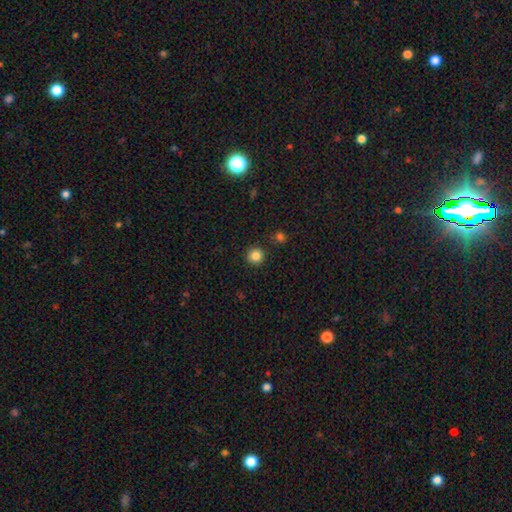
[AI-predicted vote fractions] This is clearly a smooth galaxy (85%). How rounded: clearly round (93%). Merging: clearly none (90%).